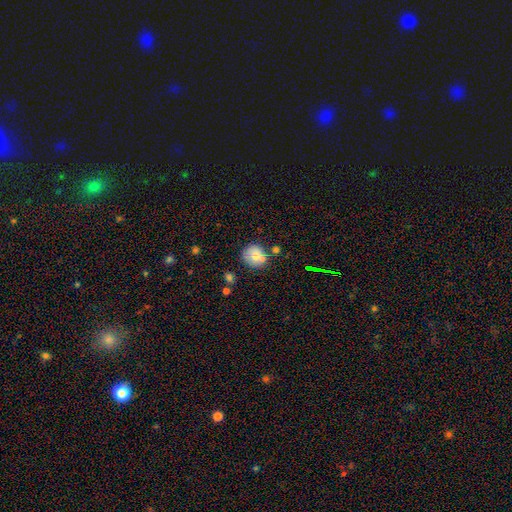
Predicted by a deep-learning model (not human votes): Morphology: type=smooth (74%); roundness=round (84%); merging=none (68%).